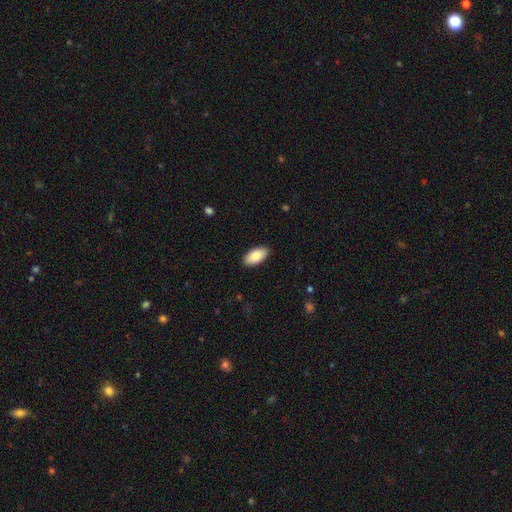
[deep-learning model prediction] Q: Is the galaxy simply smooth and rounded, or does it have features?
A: smooth — 83%.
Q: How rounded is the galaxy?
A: in between — 95%.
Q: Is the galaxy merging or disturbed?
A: none — 90%.